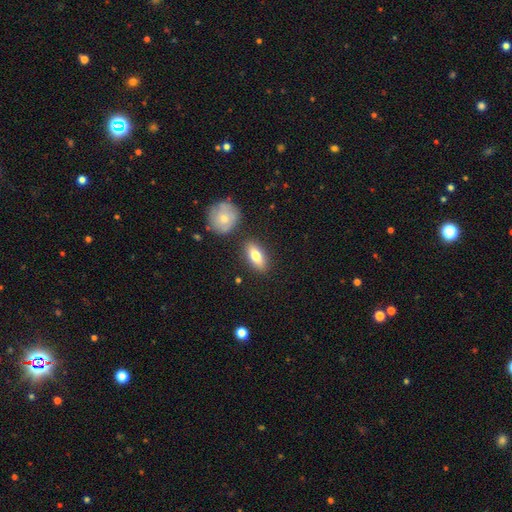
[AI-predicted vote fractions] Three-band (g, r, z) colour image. It shows a smooth galaxy with no disk features (73%) that is in between round and cigar-shaped (77%). Merging: none (83%).